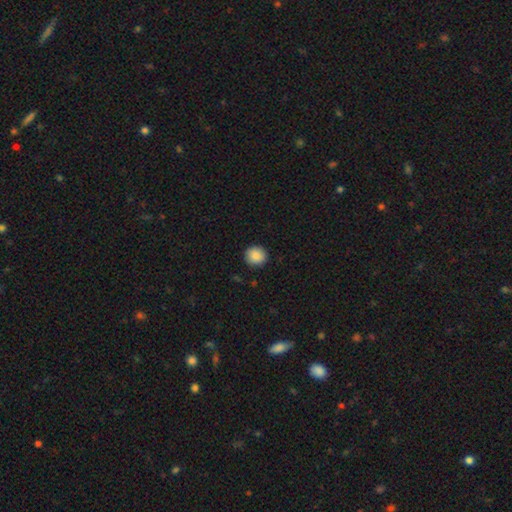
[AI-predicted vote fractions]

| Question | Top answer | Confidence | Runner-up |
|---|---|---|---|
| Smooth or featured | smooth | 88% | star or artifact (8%) |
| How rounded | round | 91% | in between (8%) |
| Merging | none | 92% | minor disturbance (6%) |